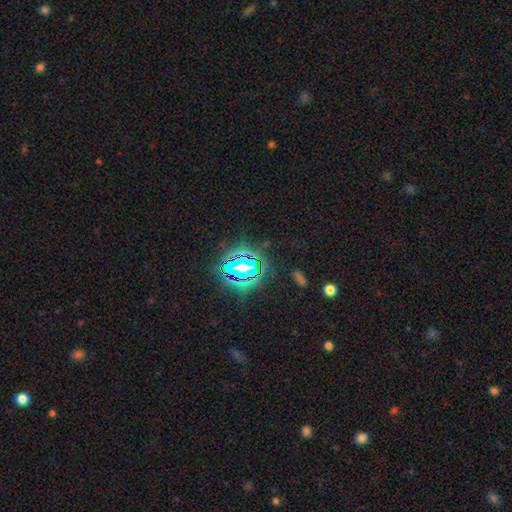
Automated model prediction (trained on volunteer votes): The model was most divided on "smooth or featured": star or artifact: 82%, smooth: 11%, featured or disk: 7%.